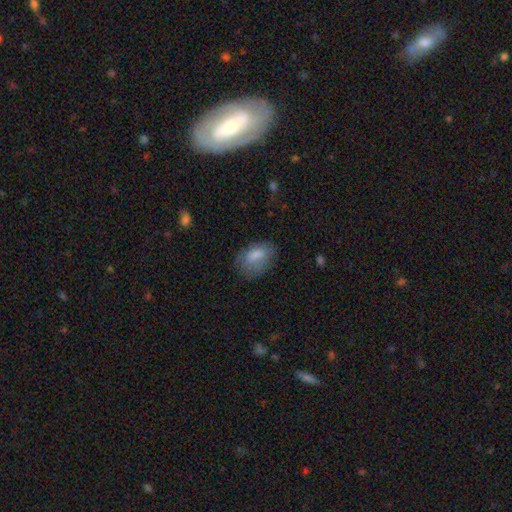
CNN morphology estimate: A smooth galaxy with no disk features (78%) that is in between round and cigar-shaped (87%). Merging: none (60%).